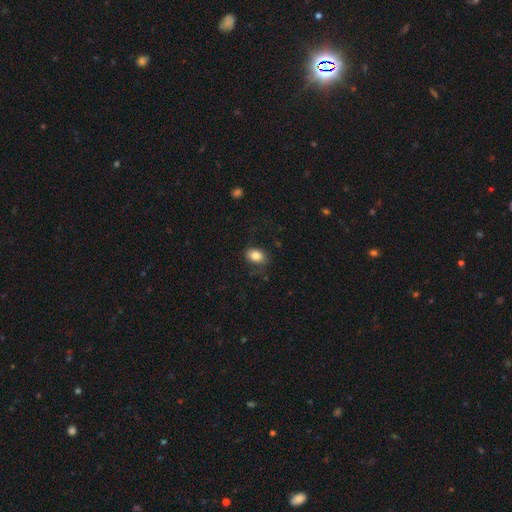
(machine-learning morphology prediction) Smooth or featured?
  - smooth: 83% *
  - star or artifact: 9%
  - featured or disk: 8%
How rounded?
  - in between: 76% *
  - round: 23%
  - cigar-shaped: 1%
Merging?
  - none: 79% *
  - minor disturbance: 15%
  - major disturbance: 4%
  - merger: 1%